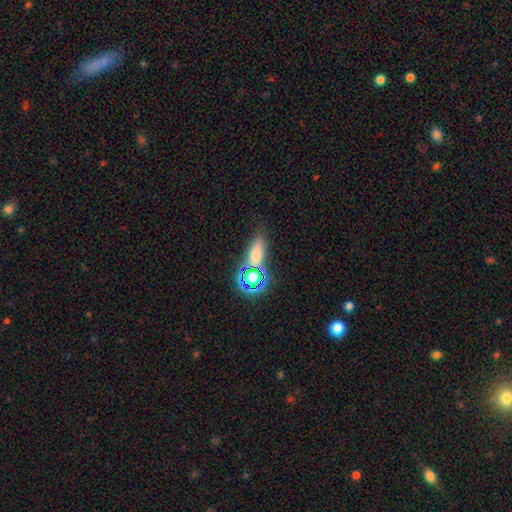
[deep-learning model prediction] Smooth or featured? Predicted: smooth (p=0.58). How rounded? Predicted: in between (p=0.60). Merging? Predicted: none (p=0.63).